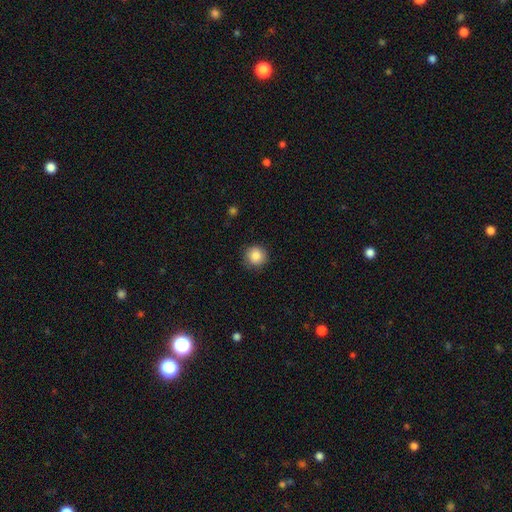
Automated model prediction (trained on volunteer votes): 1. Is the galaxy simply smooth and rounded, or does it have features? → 86% smooth, 9% star or artifact, 5% featured or disk.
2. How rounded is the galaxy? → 93% round, 6% in between, 1% cigar-shaped.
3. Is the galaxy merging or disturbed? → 87% none, 9% minor disturbance, 2% major disturbance, 1% merger.